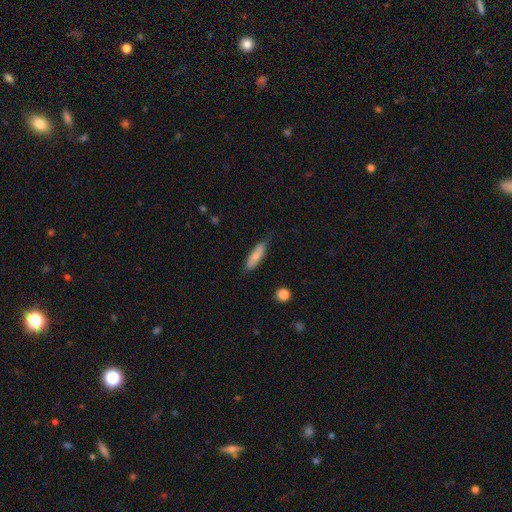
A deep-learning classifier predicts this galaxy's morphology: type=smooth (78%); roundness=cigar-shaped (59%); merging=none (78%).